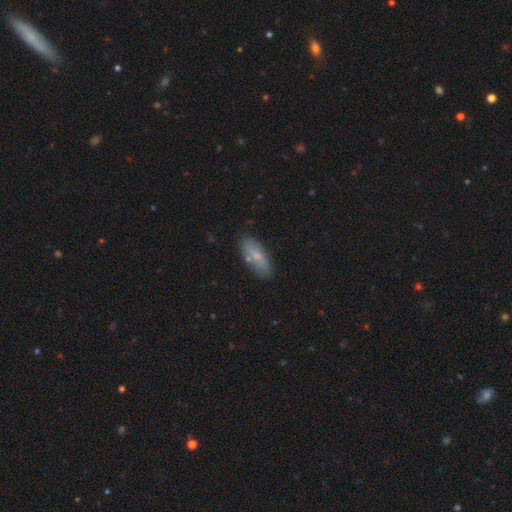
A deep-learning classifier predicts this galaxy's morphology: smooth_or_featured: smooth (p=0.72) [alt: featured or disk p=0.21]
how_rounded: in between (p=0.73) [alt: cigar-shaped p=0.24]
merging: none (p=0.77) [alt: minor disturbance p=0.15]